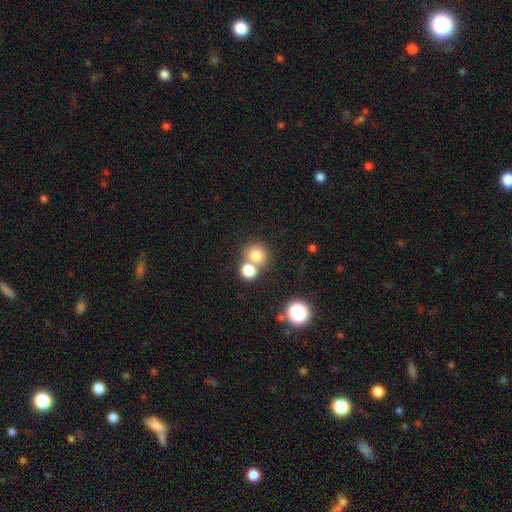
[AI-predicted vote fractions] Smooth or featured? smooth (78%)
How rounded? round (80%)
Merging? none (50%)